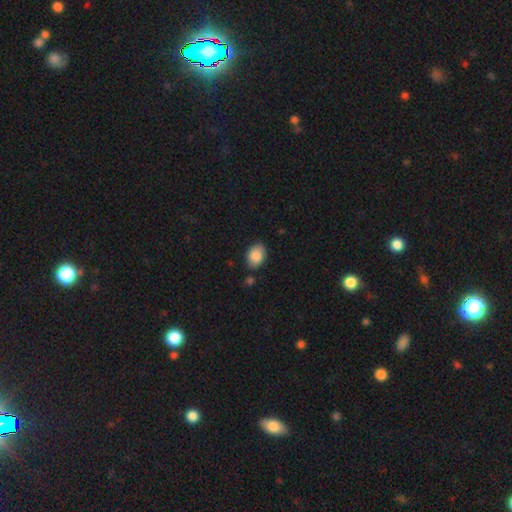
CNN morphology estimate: Smooth or featured: smooth — 87% (star or artifact — 7%)
How rounded: in between — 78% (round — 21%)
Merging: none — 81% (minor disturbance — 13%)